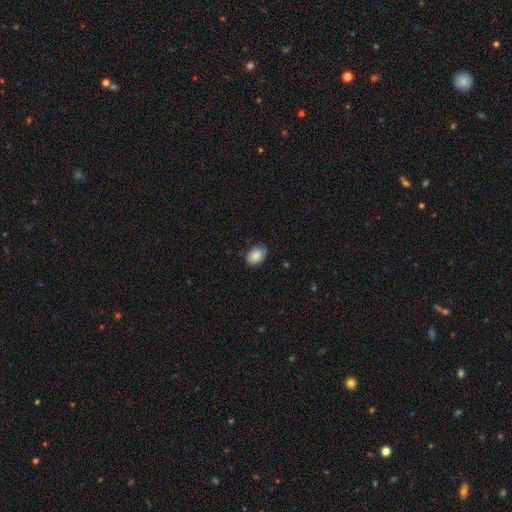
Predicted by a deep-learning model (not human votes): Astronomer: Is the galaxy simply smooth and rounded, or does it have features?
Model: smooth — 73%.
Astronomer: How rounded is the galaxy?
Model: in between — 81%.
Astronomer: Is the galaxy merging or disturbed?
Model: none — 68%.